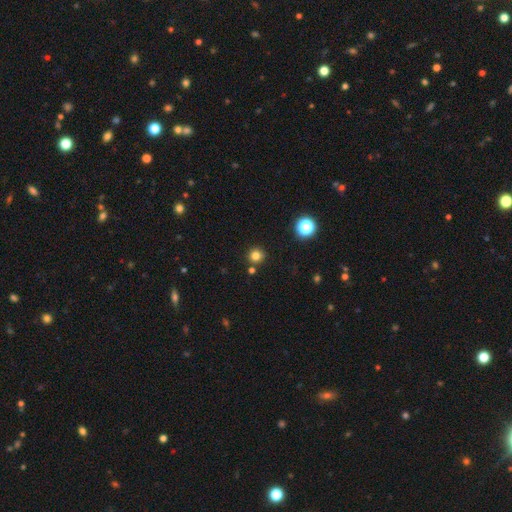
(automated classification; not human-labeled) smooth_or_featured: smooth (p=0.80) [alt: star or artifact p=0.15]
how_rounded: round (p=0.93) [alt: in between p=0.06]
merging: none (p=0.85) [alt: minor disturbance p=0.07]